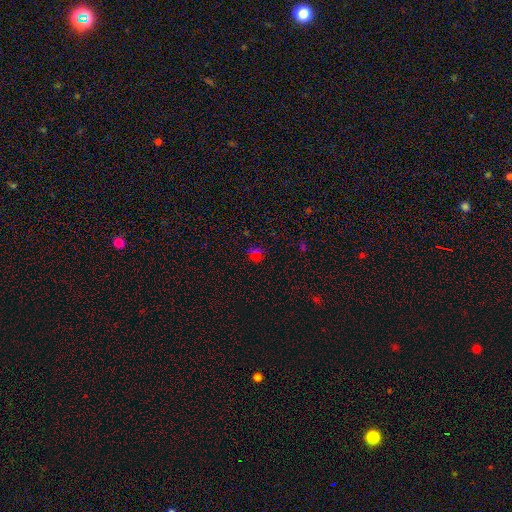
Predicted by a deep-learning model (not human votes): This is possibly a smooth galaxy (50%). Merging: likely none (70%).